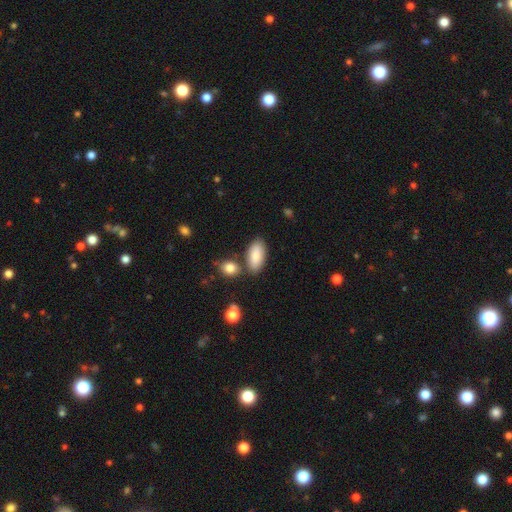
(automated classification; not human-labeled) Morphology: type=smooth (84%); roundness=in between (91%); merging=none (74%).